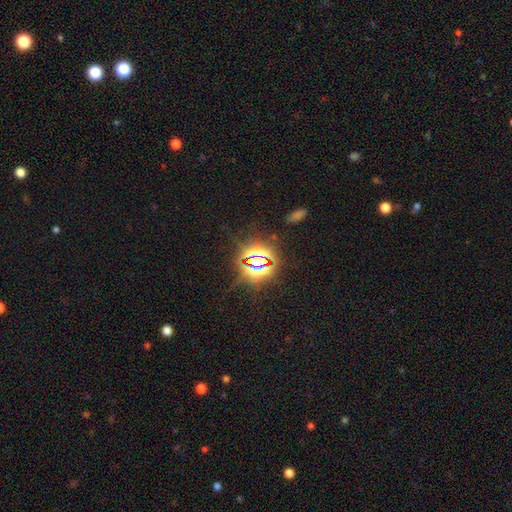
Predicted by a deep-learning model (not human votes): Overall: star or artifact (82%).